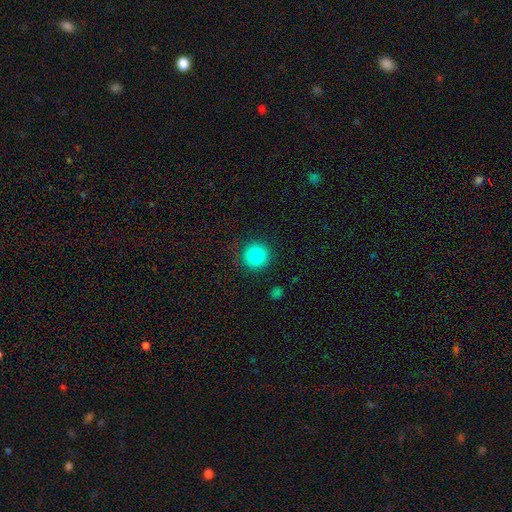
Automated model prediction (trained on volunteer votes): Overall: smooth (83%). How rounded: round (94%). Merging: none (89%).